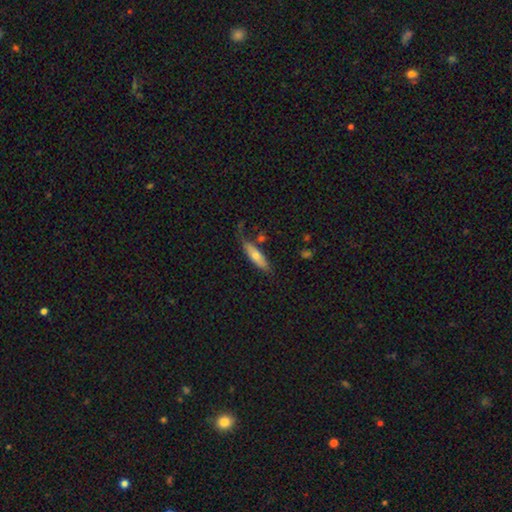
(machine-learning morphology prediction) Smooth or featured: smooth — 65% (featured or disk — 29%)
How rounded: cigar-shaped — 58% (in between — 40%)
Merging: none — 62% (minor disturbance — 24%)